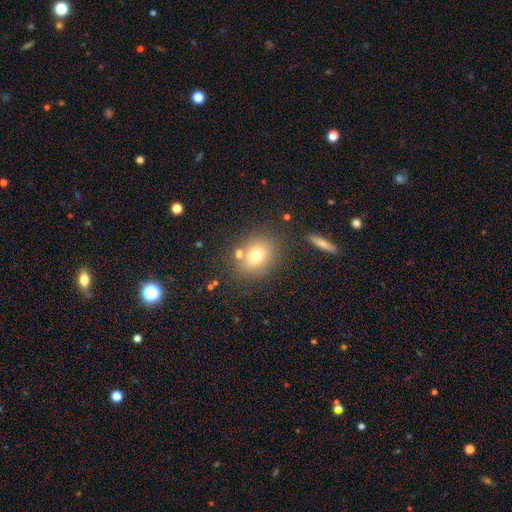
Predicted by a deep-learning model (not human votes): Smooth or featured: smooth — 73% (featured or disk — 14%)
How rounded: round — 50% (in between — 48%)
Merging: none — 73% (minor disturbance — 11%)